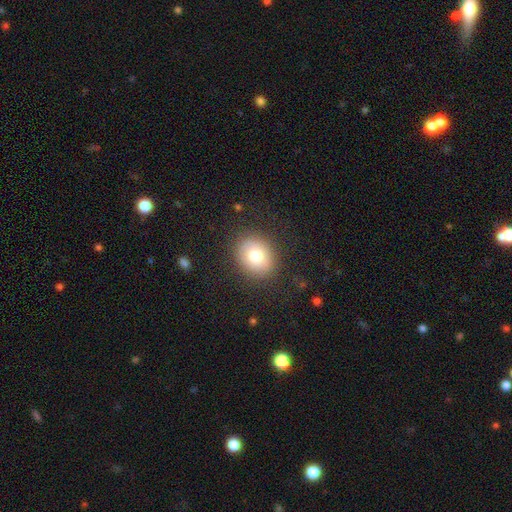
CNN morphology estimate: A smooth galaxy with no disk features (76%) that is round (61%). Merging: none (86%).